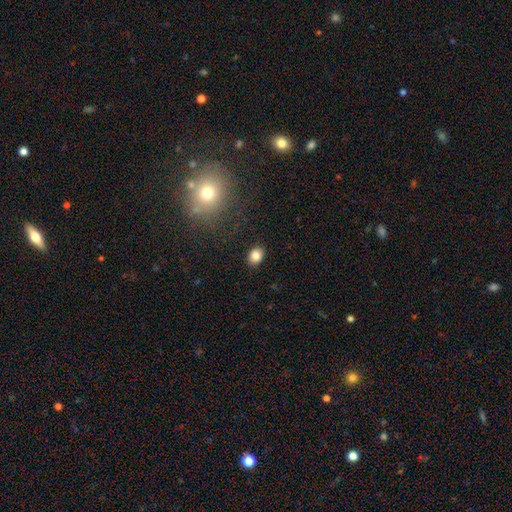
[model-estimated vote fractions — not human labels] Morphology: type=smooth (84%); roundness=in between (58%); merging=none (88%).